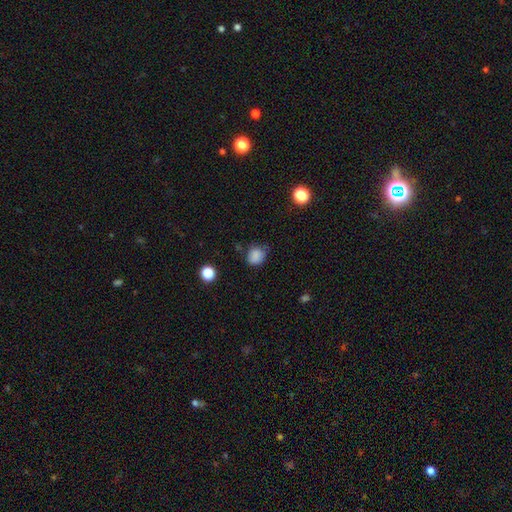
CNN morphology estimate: A smooth galaxy with no disk features (82%) that is round (70%).

Vote fractions:
- Smooth or featured? smooth: 82% / star or artifact: 11% / featured or disk: 6%
- How rounded? round: 70% / in between: 29% / cigar-shaped: 1%
- Merging? none: 60% / minor disturbance: 29% / major disturbance: 7% / merger: 3%